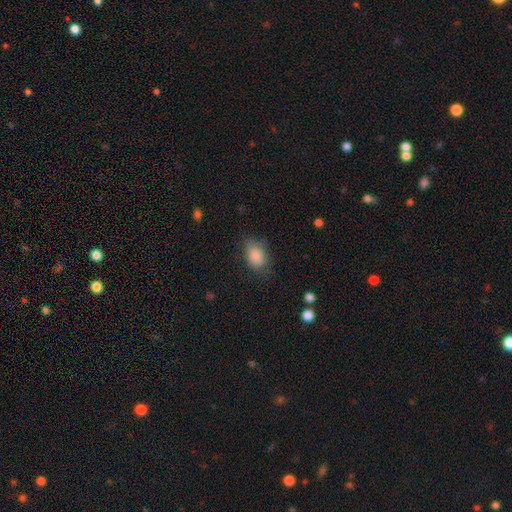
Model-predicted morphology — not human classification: Smooth or featured? smooth (86%)
How rounded? in between (79%)
Merging? none (70%)